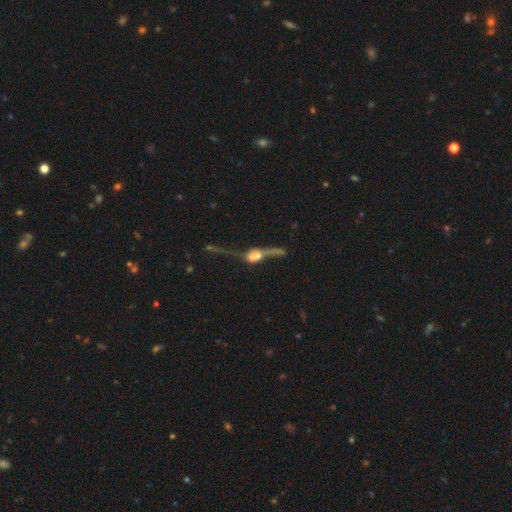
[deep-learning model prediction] Overall: featured or disk (57%; smooth 31%). Edge-on disk: yes (56%; no 44%). Merging: major disturbance (39%; merger 24%).